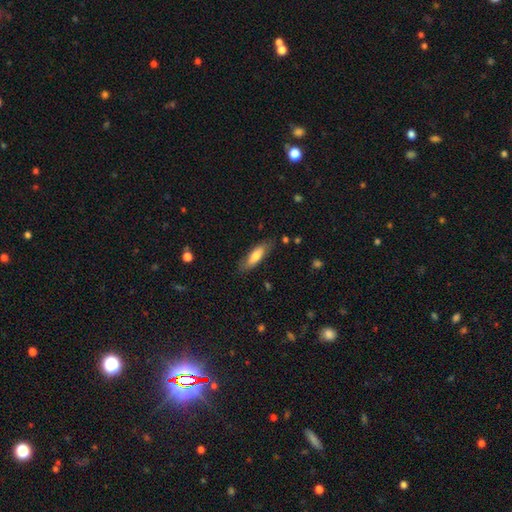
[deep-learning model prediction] Q: Smooth or featured?
A: smooth (72%); runner-up: featured or disk (22%)
Q: How rounded?
A: in between (50%); runner-up: cigar-shaped (48%)
Q: Merging?
A: none (78%); runner-up: minor disturbance (16%)